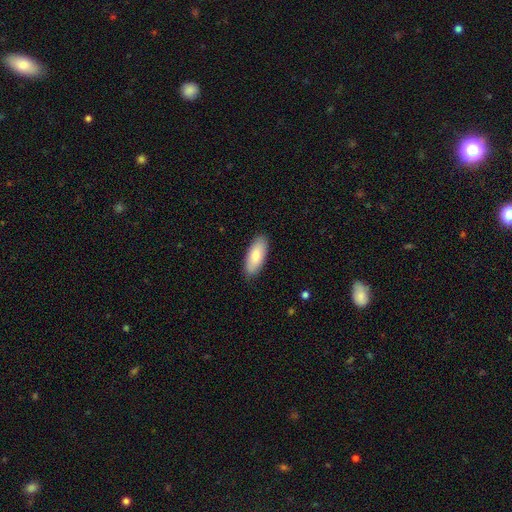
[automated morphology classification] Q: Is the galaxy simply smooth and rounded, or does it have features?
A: smooth — 81%.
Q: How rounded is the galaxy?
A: in between — 81%.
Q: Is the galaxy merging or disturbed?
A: none — 88%.